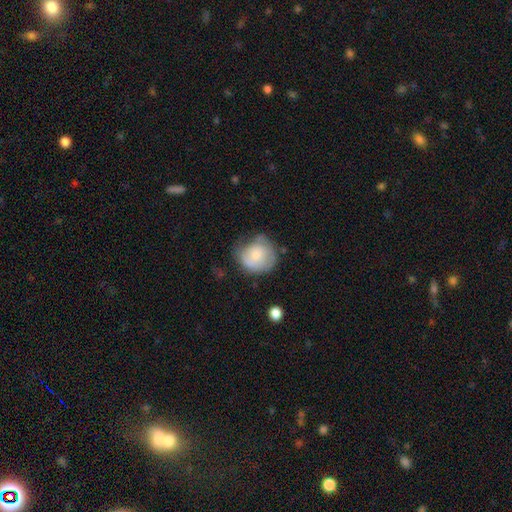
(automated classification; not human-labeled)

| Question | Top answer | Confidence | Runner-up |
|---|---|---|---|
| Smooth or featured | smooth | 64% | featured or disk (29%) |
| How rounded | round | 81% | in between (18%) |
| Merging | none | 48% | minor disturbance (33%) |